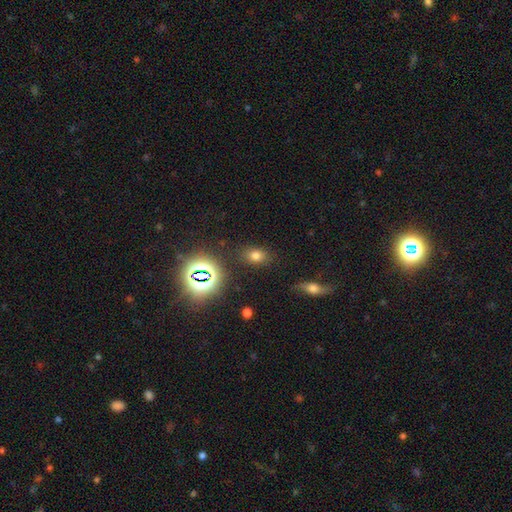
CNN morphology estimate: This is likely a smooth galaxy (70%). How rounded: likely in between (73%). Merging: clearly none (83%).